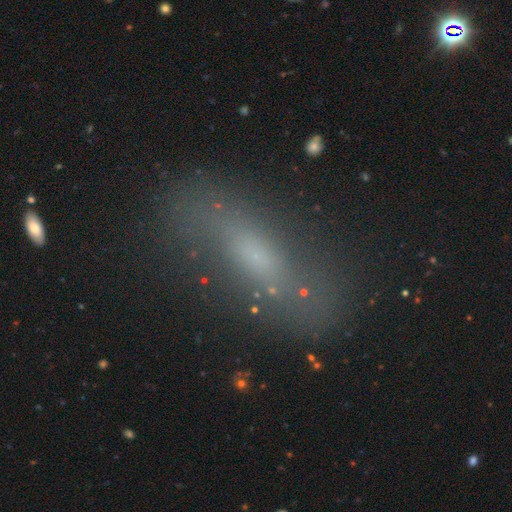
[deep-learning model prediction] The model was most divided on "smooth or featured": smooth: 46%, featured or disk: 39%, star or artifact: 15%. More confident: merging — none (70%).